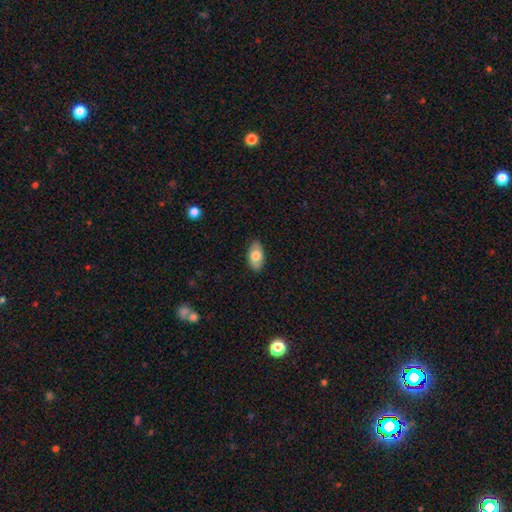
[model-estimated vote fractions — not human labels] smooth_or_featured: smooth (p=0.72) [alt: featured or disk p=0.22]
how_rounded: in between (p=0.93) [alt: round p=0.04]
merging: none (p=0.86) [alt: minor disturbance p=0.11]